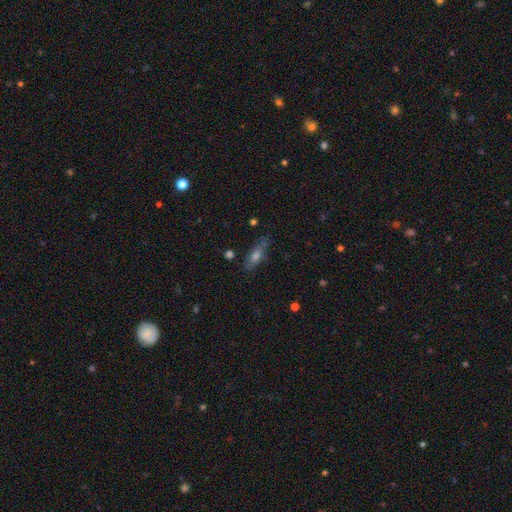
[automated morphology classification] smooth-or-featured: smooth: 45% | featured or disk: 40% | star or artifact: 15%
  merging: none: 74% | minor disturbance: 17% | major disturbance: 6% | merger: 3%